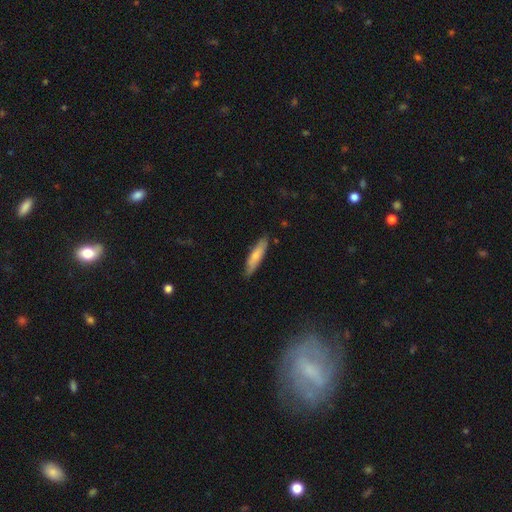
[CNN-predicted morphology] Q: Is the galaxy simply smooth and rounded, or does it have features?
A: smooth — 72%.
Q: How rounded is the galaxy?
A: cigar-shaped — 74%.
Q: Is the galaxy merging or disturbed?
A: none — 83%.